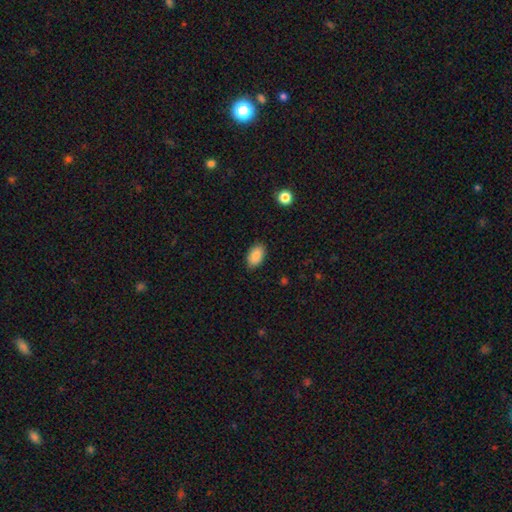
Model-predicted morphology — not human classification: smooth_or_featured: smooth (p=0.89) [alt: star or artifact p=0.07]
how_rounded: in between (p=0.92) [alt: round p=0.06]
merging: none (p=0.87) [alt: minor disturbance p=0.10]